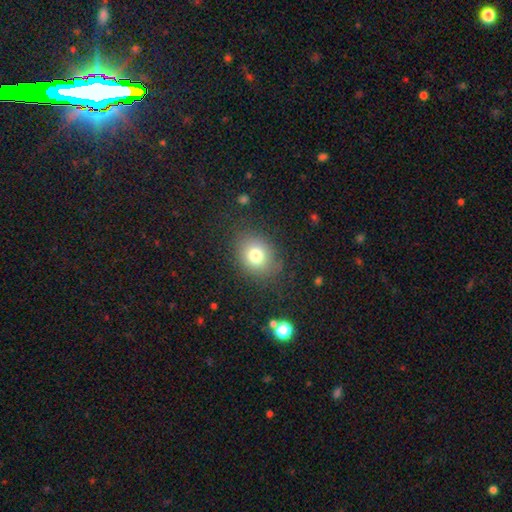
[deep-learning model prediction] This is likely a smooth galaxy (76%). How rounded: possibly round (60%). Merging: clearly none (85%).